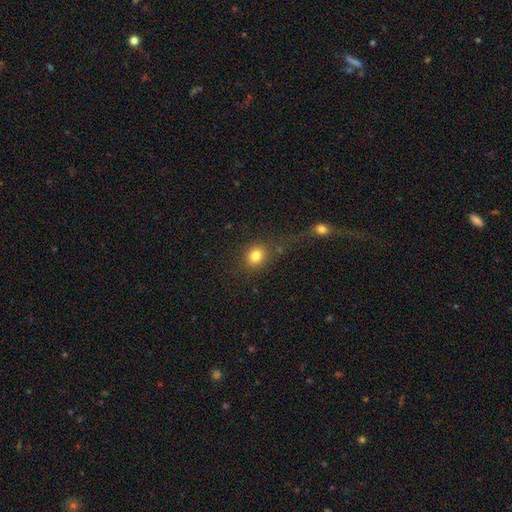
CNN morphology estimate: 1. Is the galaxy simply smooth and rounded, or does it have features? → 80% smooth, 12% star or artifact, 8% featured or disk.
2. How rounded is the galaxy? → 77% round, 22% in between, 1% cigar-shaped.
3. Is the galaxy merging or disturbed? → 66% none, 13% merger, 11% minor disturbance, 10% major disturbance.